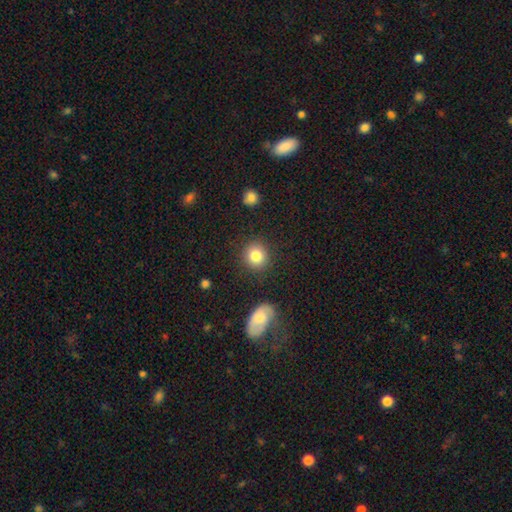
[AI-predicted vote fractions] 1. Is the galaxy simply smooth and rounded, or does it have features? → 84% smooth, 9% star or artifact, 7% featured or disk.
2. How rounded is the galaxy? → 87% round, 12% in between, 1% cigar-shaped.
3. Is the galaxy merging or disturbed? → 87% none, 7% minor disturbance, 3% major disturbance, 3% merger.